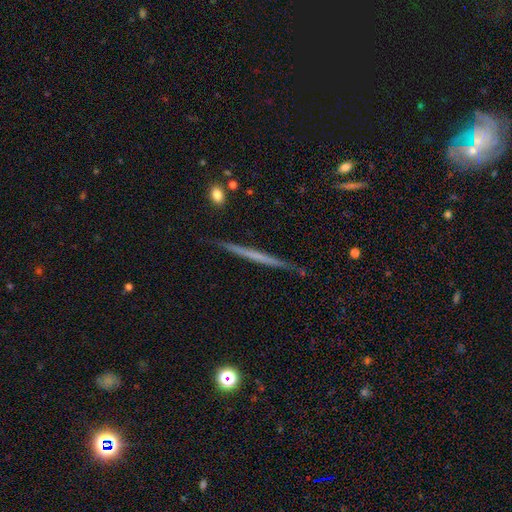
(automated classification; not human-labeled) A featured or disk galaxy (59%) viewed edge-on (98%) with no central bulge (89%).

Vote fractions:
- Smooth or featured? featured or disk: 59% / smooth: 35% / star or artifact: 6%
- Edge-on disk? yes: 98% / no: 2%
- Edge-on bulge? none: 89% / rounded: 7% / boxy: 4%
- Merging? none: 89% / minor disturbance: 8% / major disturbance: 1% / merger: 1%